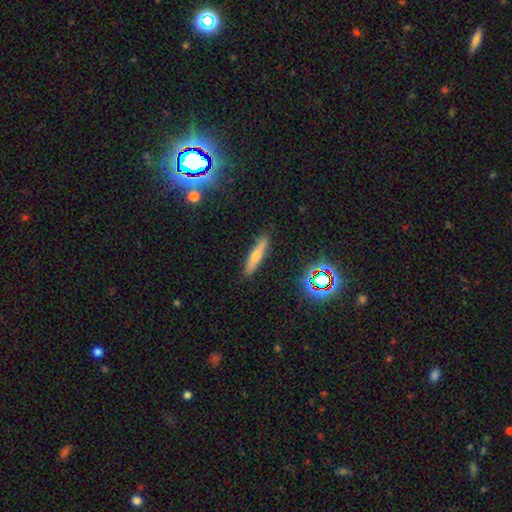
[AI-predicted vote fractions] Smooth or featured? Predicted: smooth (p=0.51). How rounded? Predicted: cigar-shaped (p=0.83). Merging? Predicted: none (p=0.87).